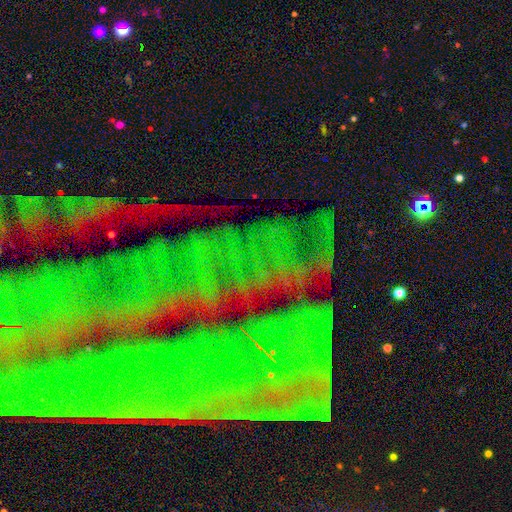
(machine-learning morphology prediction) A star or artifact, not a galaxy (80%).

Vote fractions:
- Smooth or featured? star or artifact: 80% / featured or disk: 12% / smooth: 8%